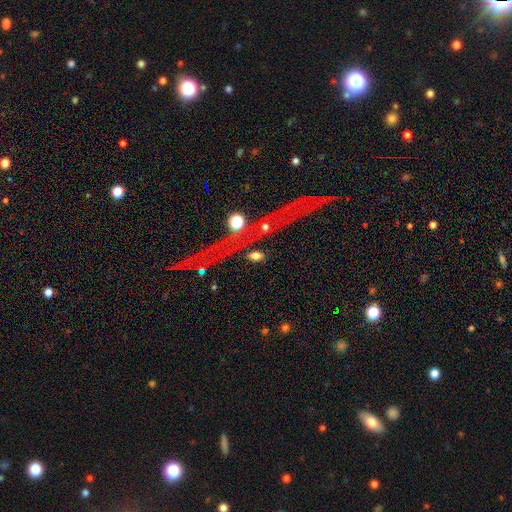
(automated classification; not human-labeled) A smooth galaxy with no disk features (67%) that is in between round and cigar-shaped (74%). Merging: none (75%).